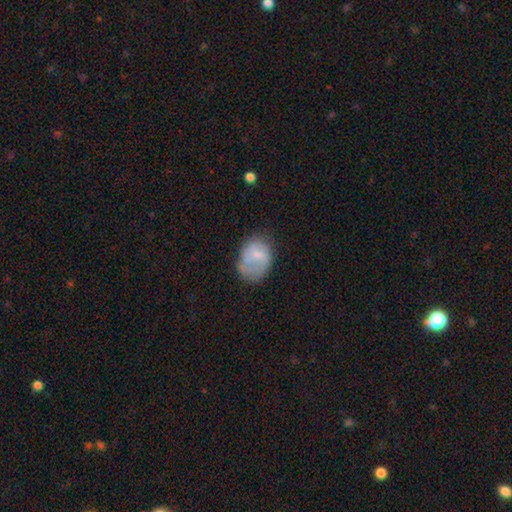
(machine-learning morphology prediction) smooth-or-featured: smooth: 59% | featured or disk: 34% | star or artifact: 8%
  how-rounded: in between: 64% | round: 35% | cigar-shaped: 1%
  merging: none: 43% | minor disturbance: 32% | major disturbance: 21% | merger: 3%